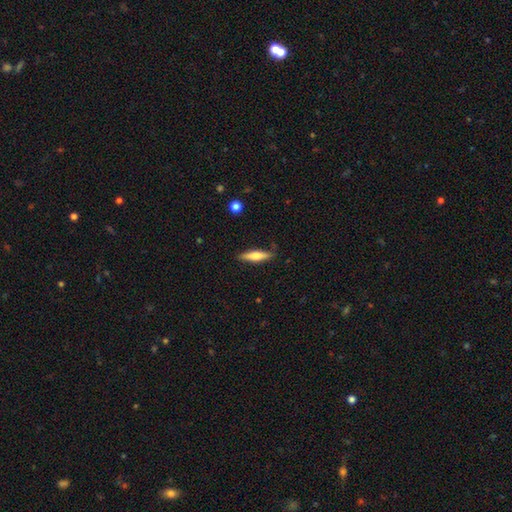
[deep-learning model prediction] smooth 58%, featured or disk 36%, star or artifact 6%. Down the decision tree: how rounded — cigar-shaped (75%); merging — none (86%).